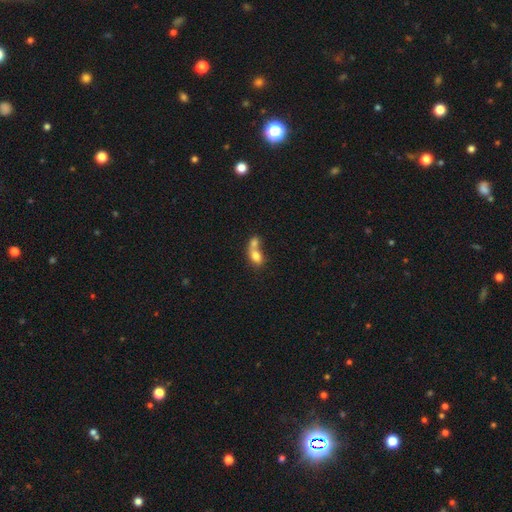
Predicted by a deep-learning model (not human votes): Morphology: type=smooth (74%); roundness=in between (73%); merging=merger (73%).